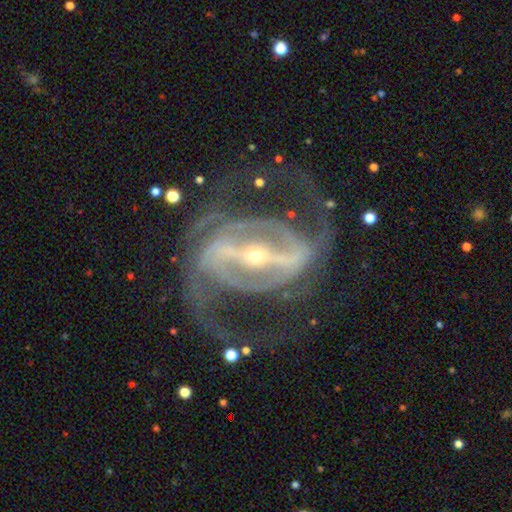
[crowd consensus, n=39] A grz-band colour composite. It shows a featured or disk galaxy (97%) with a strong bar (68%), 2 (94%) medium (53%) spiral arms (89%) and a small central bulge (66%). Merging: none (63%).